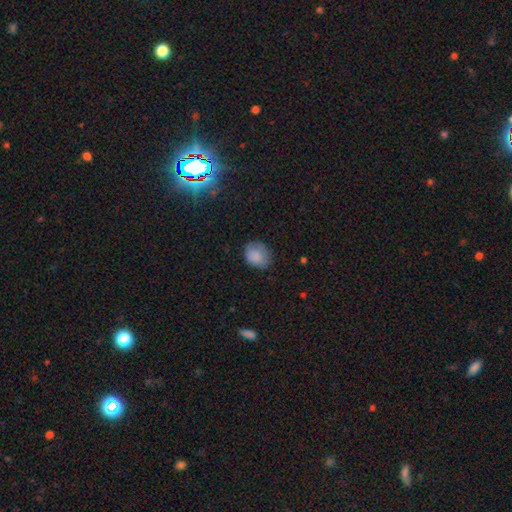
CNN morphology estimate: Smooth or featured: smooth — 85% (star or artifact — 9%)
How rounded: in between — 50% (round — 49%)
Merging: none — 69% (minor disturbance — 24%)